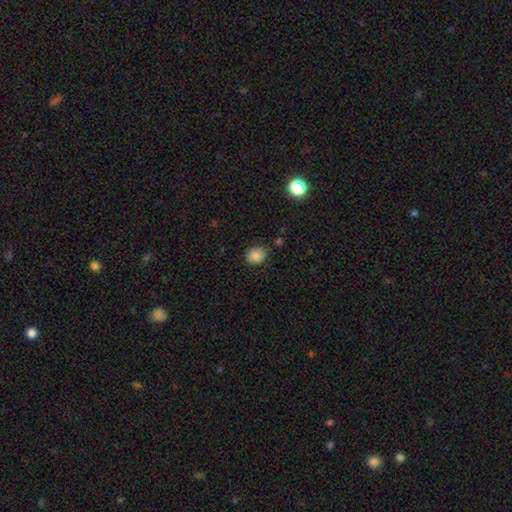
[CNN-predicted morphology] Q: Smooth or featured?
A: smooth (82%); runner-up: star or artifact (11%)
Q: How rounded?
A: round (56%); runner-up: in between (43%)
Q: Merging?
A: none (79%); runner-up: minor disturbance (16%)